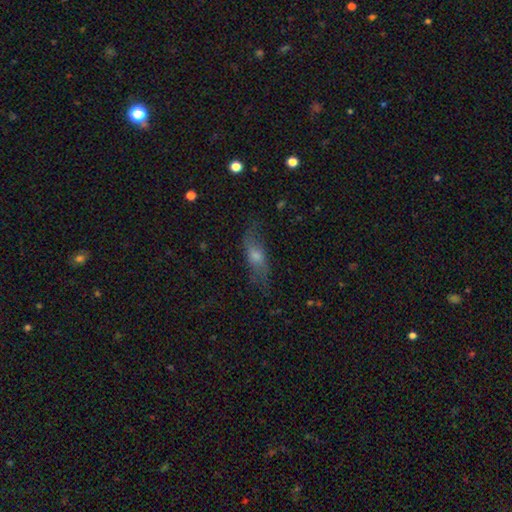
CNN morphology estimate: This is possibly a featured or disk galaxy (46%). Merging: likely none (70%).